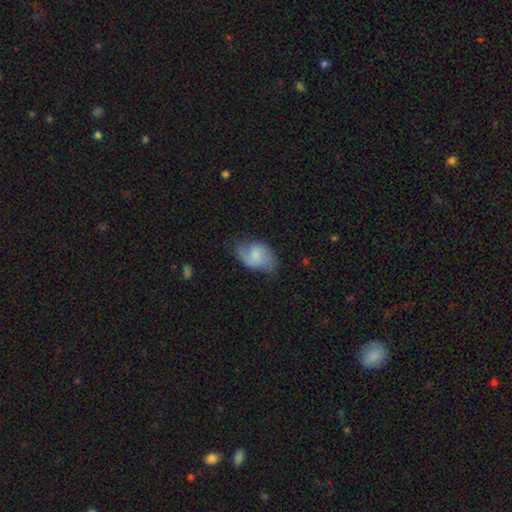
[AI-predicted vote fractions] smooth-or-featured: smooth: 51% | featured or disk: 42% | star or artifact: 7%
  how-rounded: in between: 86% | round: 12% | cigar-shaped: 1%
  merging: none: 53% | minor disturbance: 32% | major disturbance: 13% | merger: 2%